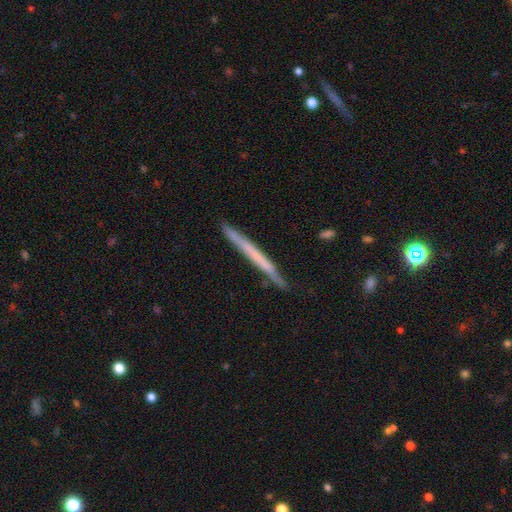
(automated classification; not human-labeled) Smooth or featured: smooth — 47% (tied with featured or disk — 47%)
Merging: none — 86% (minor disturbance — 11%)